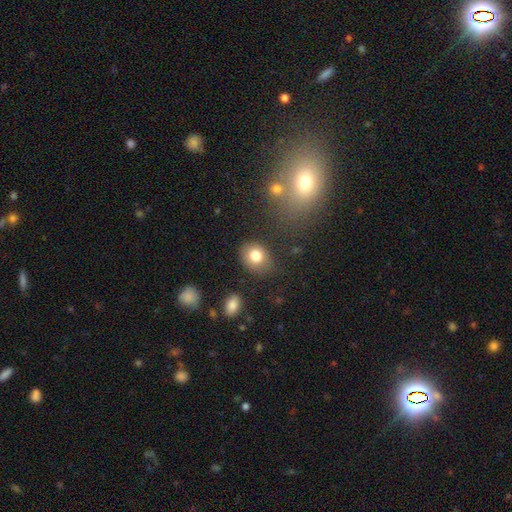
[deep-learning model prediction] This is likely a smooth galaxy (80%). How rounded: possibly round (52%). Merging: likely none (75%).